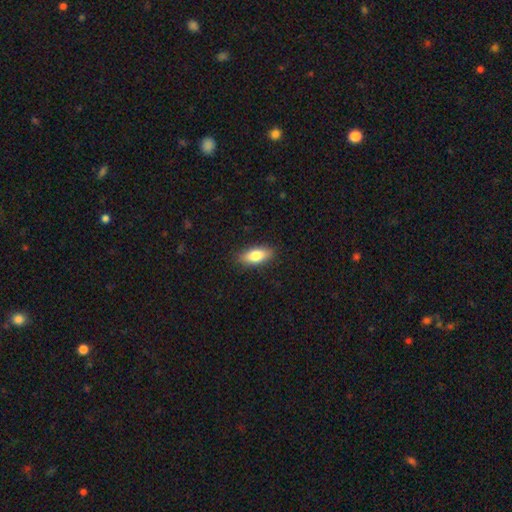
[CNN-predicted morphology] smooth 80%, featured or disk 14%, star or artifact 7%. Down the decision tree: how rounded — in between (79%); merging — none (88%).